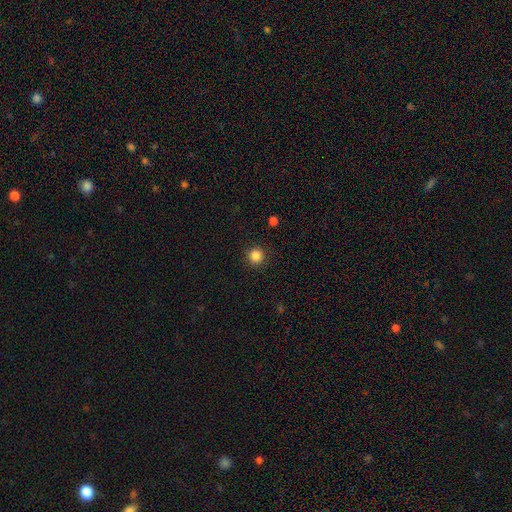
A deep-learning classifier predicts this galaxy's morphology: smooth-or-featured: smooth: 86% | star or artifact: 11% | featured or disk: 3%
  how-rounded: round: 94% | in between: 5% | cigar-shaped: 1%
  merging: none: 91% | minor disturbance: 6% | major disturbance: 2% | merger: 1%